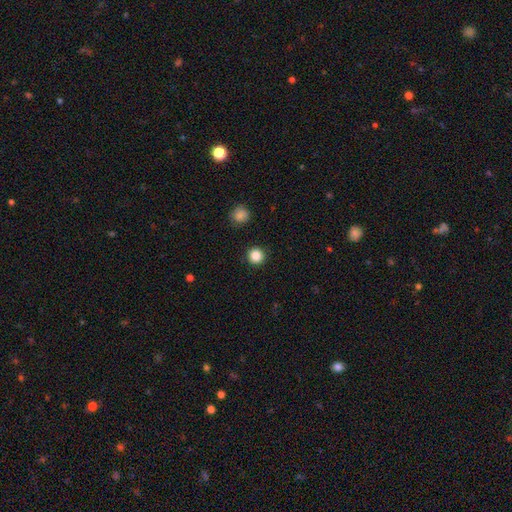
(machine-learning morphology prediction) smooth 86%, star or artifact 11%, featured or disk 3%. Down the decision tree: how rounded — round (96%); merging — none (92%).